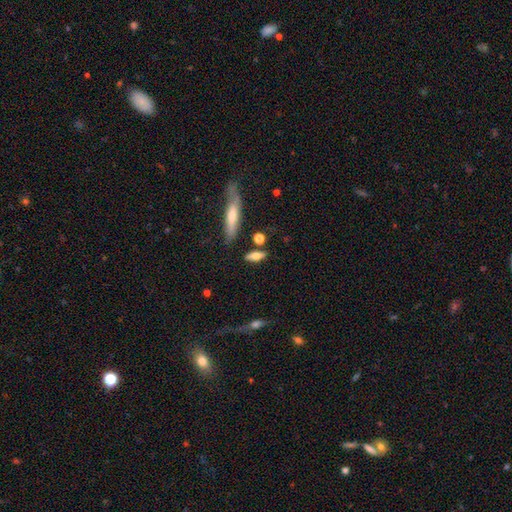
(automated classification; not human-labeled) smooth-or-featured: smooth: 62% | featured or disk: 30% | star or artifact: 8%
  how-rounded: in between: 54% | cigar-shaped: 41% | round: 5%
  merging: none: 76% | minor disturbance: 14% | merger: 7% | major disturbance: 4%